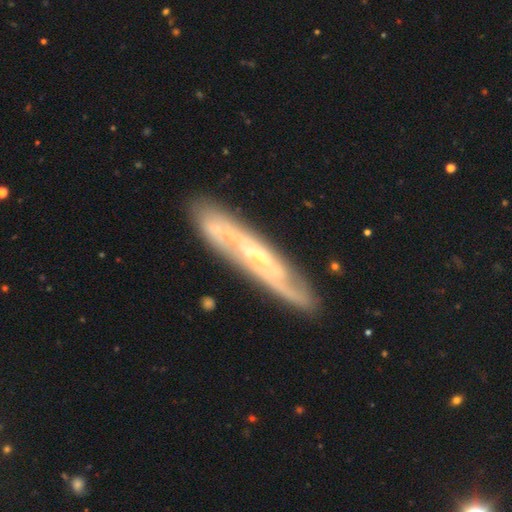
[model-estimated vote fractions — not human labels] Overall: featured or disk (80%). Edge-on disk: no (62%; yes 38%). Merging: none (82%).